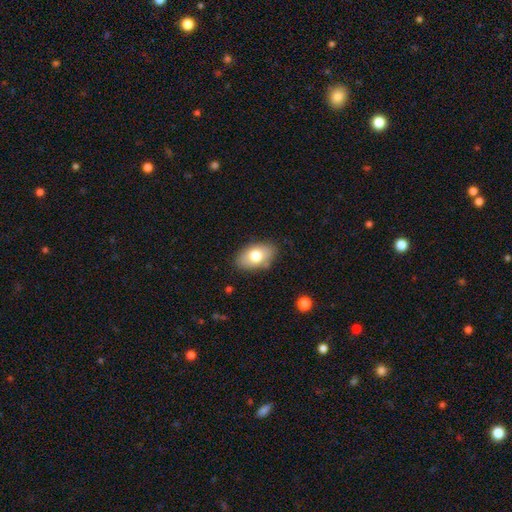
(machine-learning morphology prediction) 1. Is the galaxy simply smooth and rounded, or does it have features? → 75% smooth, 18% featured or disk, 7% star or artifact.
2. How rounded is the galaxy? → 92% in between, 7% round, 2% cigar-shaped.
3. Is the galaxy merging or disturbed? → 83% none, 13% minor disturbance, 3% major disturbance, 2% merger.